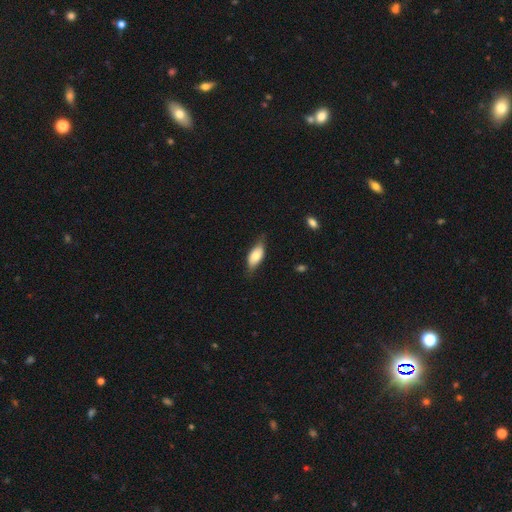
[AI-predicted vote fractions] Smooth or featured?
  - smooth: 72% *
  - featured or disk: 22%
  - star or artifact: 6%
How rounded?
  - in between: 85% *
  - cigar-shaped: 12%
  - round: 3%
Merging?
  - none: 69% *
  - minor disturbance: 25%
  - major disturbance: 5%
  - merger: 1%